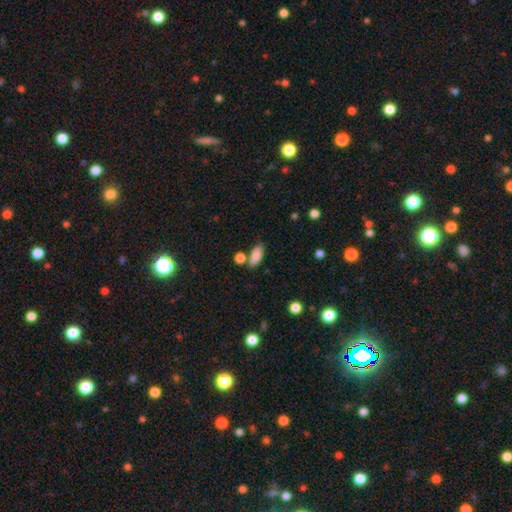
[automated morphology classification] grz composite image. It shows a smooth galaxy with no disk features (86%) that is in between round and cigar-shaped (86%). Merging: none (68%).